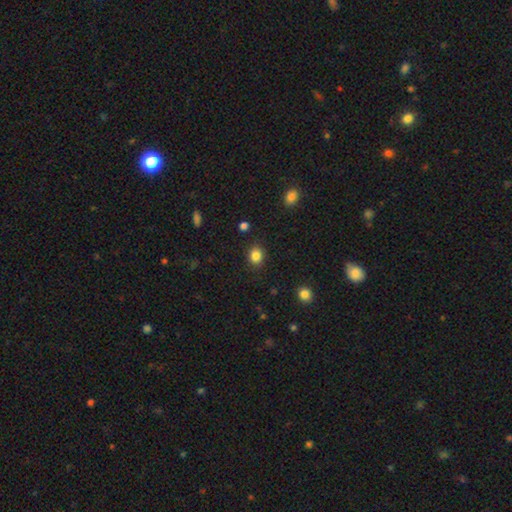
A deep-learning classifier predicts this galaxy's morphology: Smooth or featured? smooth (85%)
How rounded? round (63%)
Merging? none (88%)